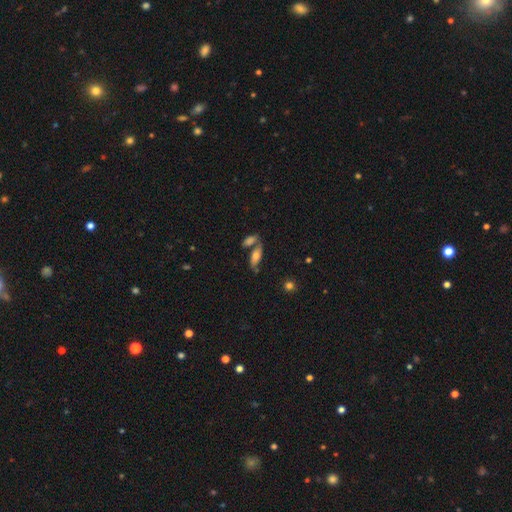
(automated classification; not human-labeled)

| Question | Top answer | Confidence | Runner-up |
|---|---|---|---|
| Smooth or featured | smooth | 53% | featured or disk (38%) |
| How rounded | in between | 69% | cigar-shaped (26%) |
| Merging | none | 50% | merger (29%) |